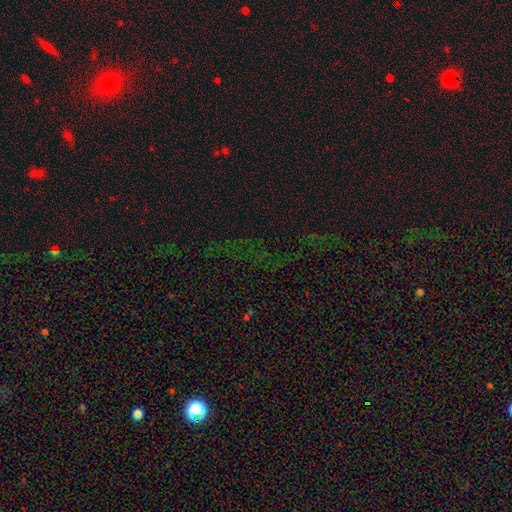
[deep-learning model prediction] Q: Smooth or featured?
A: star or artifact (74%); runner-up: smooth (17%)